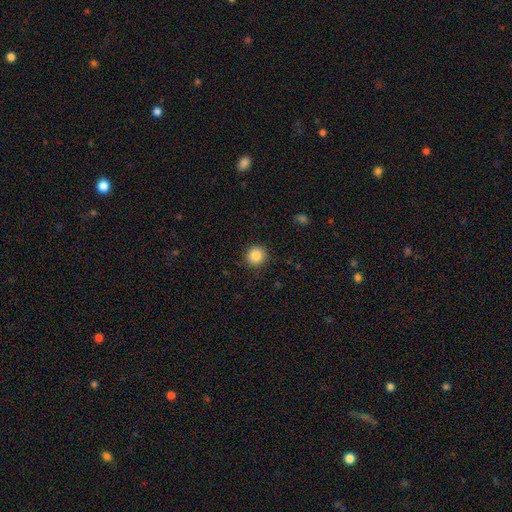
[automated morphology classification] Smooth or featured: smooth — 86% (star or artifact — 10%)
How rounded: round — 92% (in between — 7%)
Merging: none — 89% (minor disturbance — 8%)